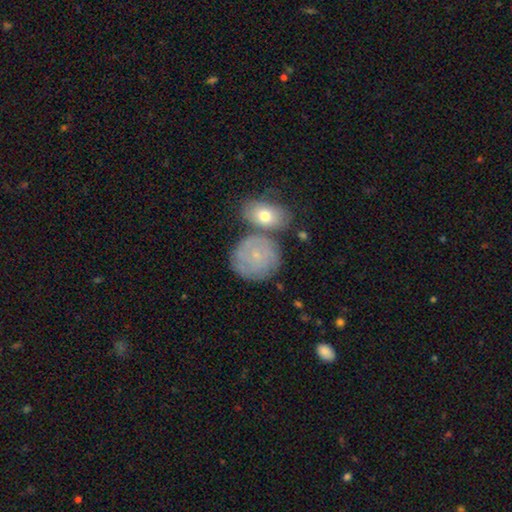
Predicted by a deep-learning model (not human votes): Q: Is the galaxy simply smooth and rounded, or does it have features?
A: smooth — 50%.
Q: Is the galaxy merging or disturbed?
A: none — 59%.